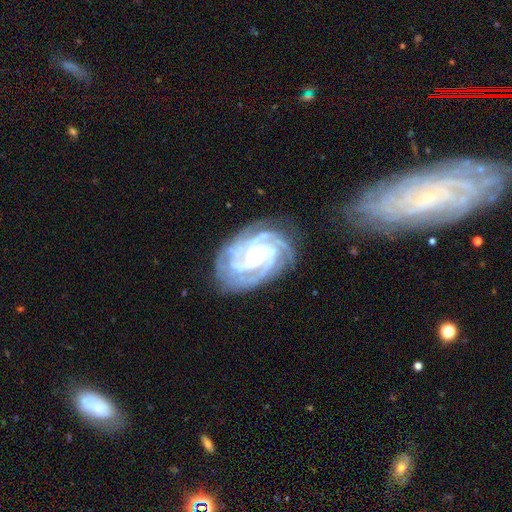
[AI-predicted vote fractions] featured or disk 91%, star or artifact 5%, smooth 4%. Down the decision tree: edge-on disk — no (97%); bar — no (67%); spiral arms — yes (98%); spiral arm count — 4 (35%); spiral winding — tight (75%); bulge size — small (69%); merging — none (76%).